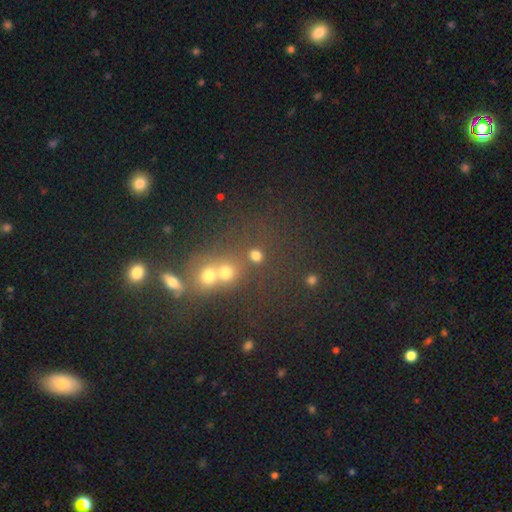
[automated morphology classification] Smooth or featured?
  - smooth: 71% *
  - star or artifact: 21%
  - featured or disk: 8%
How rounded?
  - round: 83% *
  - in between: 16%
  - cigar-shaped: 1%
Merging?
  - none: 59% *
  - merger: 29%
  - minor disturbance: 7%
  - major disturbance: 4%